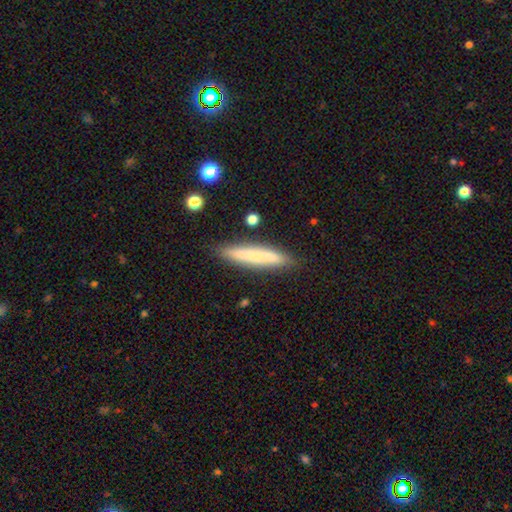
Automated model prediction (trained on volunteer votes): This is likely a smooth galaxy (64%). How rounded: clearly cigar-shaped (91%). Merging: clearly none (86%).